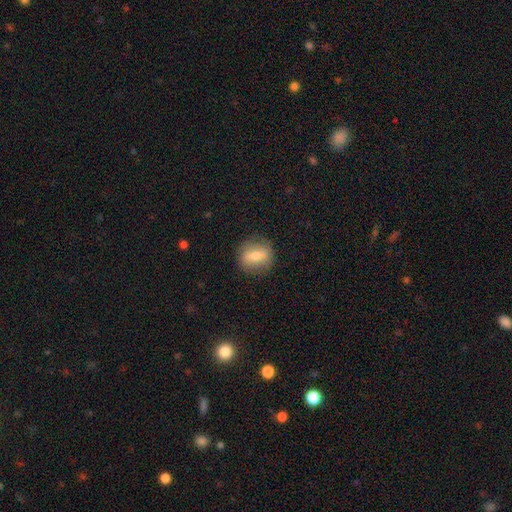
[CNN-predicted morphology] Smooth or featured?
  - smooth: 59% *
  - featured or disk: 33%
  - star or artifact: 9%
How rounded?
  - round: 72% *
  - in between: 25%
  - cigar-shaped: 3%
Merging?
  - none: 85% *
  - minor disturbance: 11%
  - major disturbance: 3%
  - merger: 1%